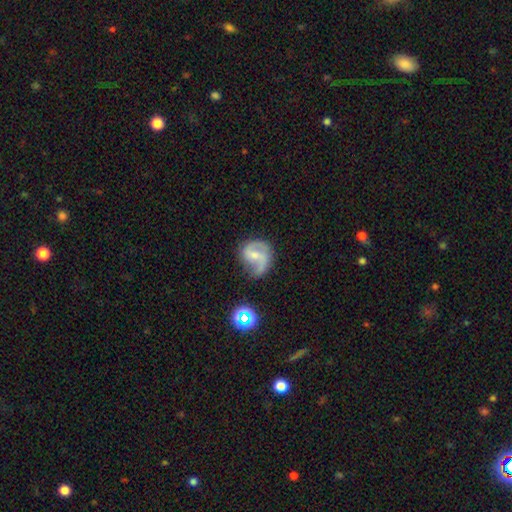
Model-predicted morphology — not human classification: smooth-or-featured: featured or disk: 75% | smooth: 17% | star or artifact: 8%
  disk-edge-on: no: 98% | yes: 2%
    bar: weak: 51% | no: 31% | strong: 18%
    has-spiral-arms: yes: 93% | no: 7%
      spiral-winding: medium: 45% | loose: 40% | tight: 15%
      spiral-arm-count: 2: 78% | 1: 12% | can't tell: 6% | 3: 2% | 4: 1% | more than 4: 1%
    bulge-size: small: 54% | moderate: 31% | none: 12% | large: 2% | dominant: 1%
  merging: none: 53% | minor disturbance: 26% | major disturbance: 16% | merger: 5%